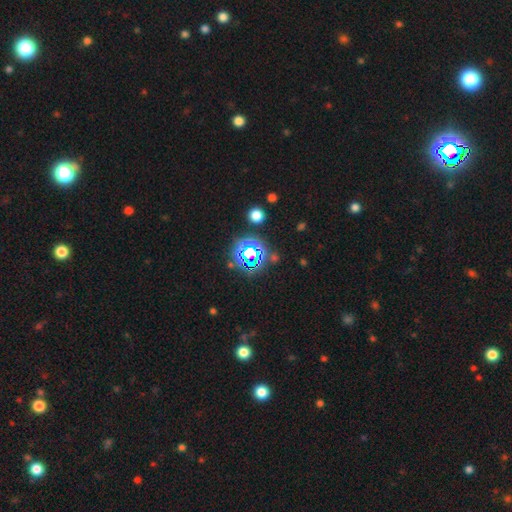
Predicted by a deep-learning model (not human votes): smooth-or-featured: star or artifact: 77% | smooth: 16% | featured or disk: 8%